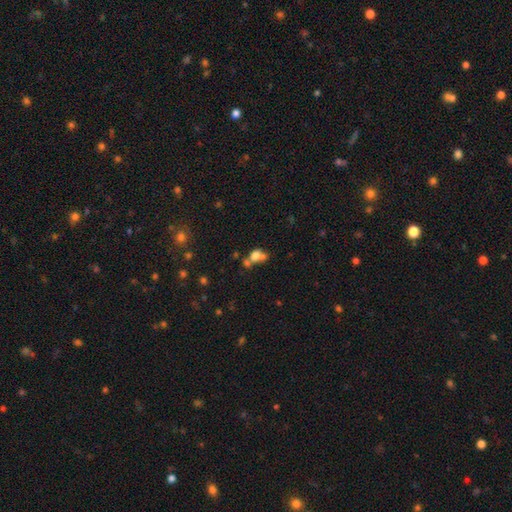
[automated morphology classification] Smooth or featured: smooth — 66% (featured or disk — 20%)
How rounded: round — 55% (in between — 43%)
Merging: merger — 54% (none — 28%)